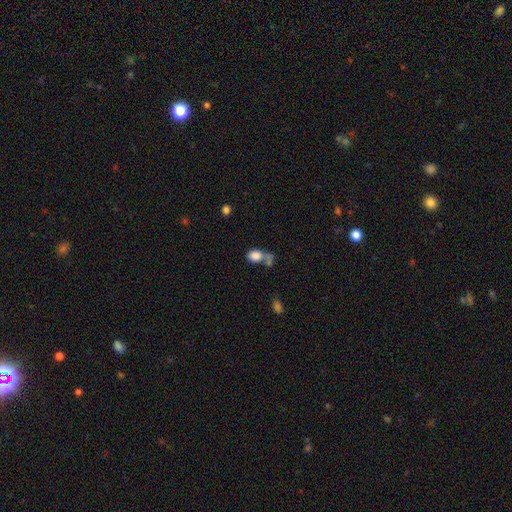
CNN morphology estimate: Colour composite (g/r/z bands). It shows a smooth galaxy with no disk features (82%) that is in between round and cigar-shaped (67%). Merging: merger (41%).